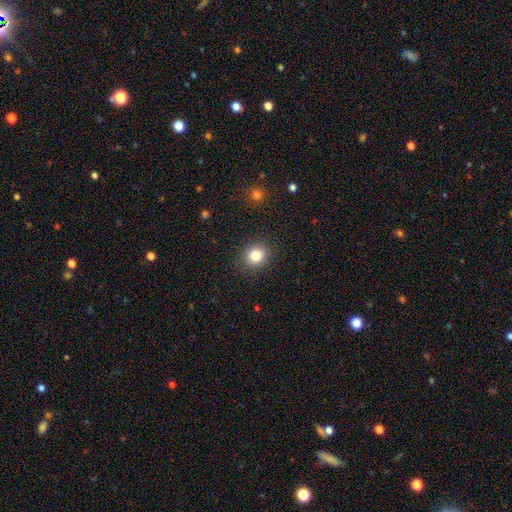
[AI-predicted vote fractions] Morphology: type=smooth (83%); roundness=round (76%); merging=none (88%).